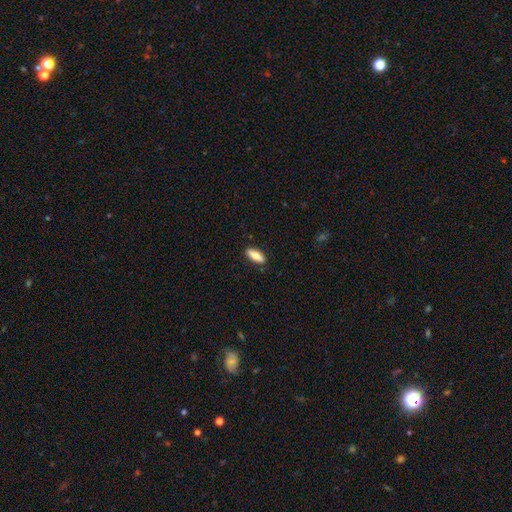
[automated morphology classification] Smooth or featured? Predicted: smooth (p=0.76). How rounded? Predicted: in between (p=0.63). Merging? Predicted: none (p=0.88).